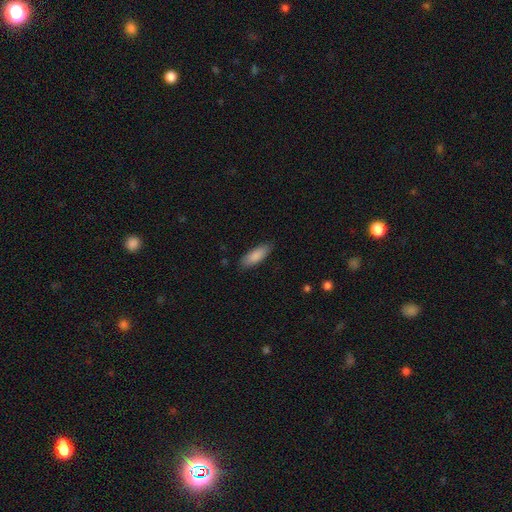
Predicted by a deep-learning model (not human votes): Smooth or featured? Predicted: smooth (p=0.86). How rounded? Predicted: in between (p=0.67). Merging? Predicted: none (p=0.85).